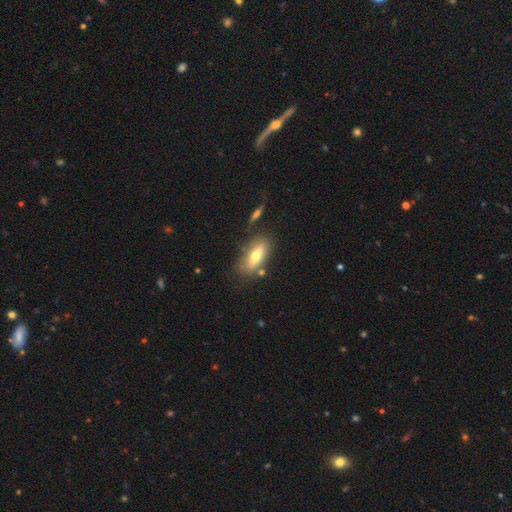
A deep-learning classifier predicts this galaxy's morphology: The model was most divided on "smooth or featured": smooth: 67%, featured or disk: 26%, star or artifact: 7%. More confident: how rounded — in between (74%); merging — none (72%).